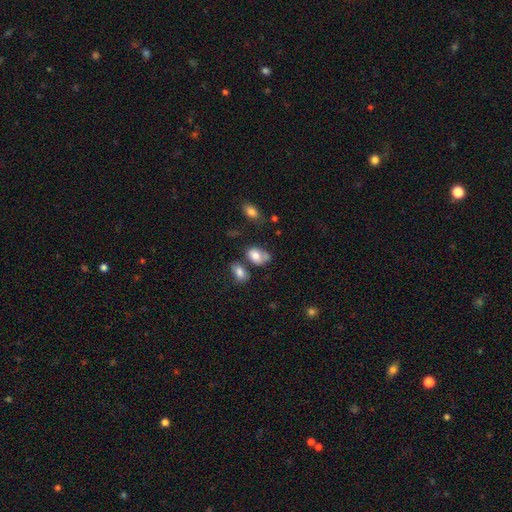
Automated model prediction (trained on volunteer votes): Morphology: type=smooth (76%); roundness=in between (85%); merging=none (39%).